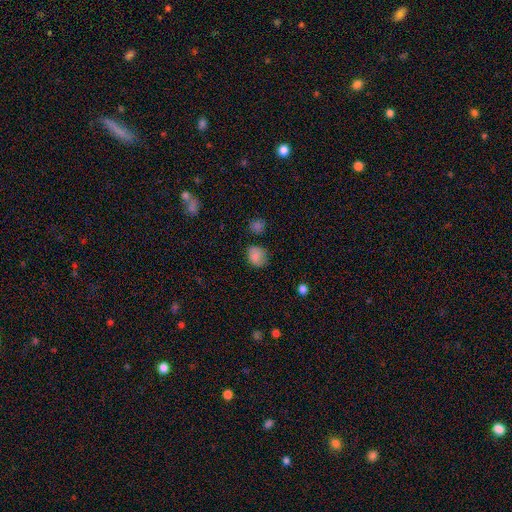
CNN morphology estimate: Overall: smooth (81%). How rounded: round (65%; in between 34%). Merging: none (65%; minor disturbance 25%).